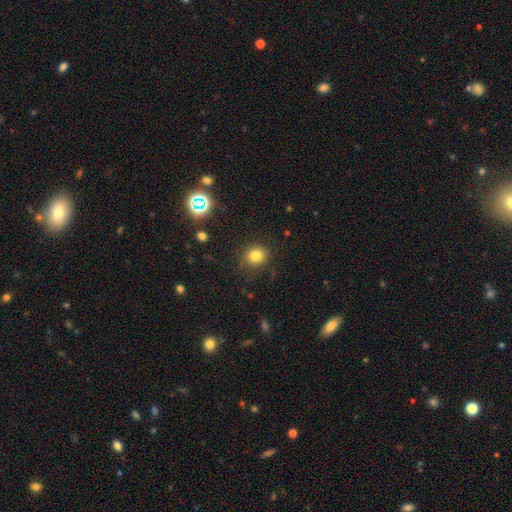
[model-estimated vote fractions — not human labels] Morphology: type=smooth (80%); roundness=round (83%); merging=none (84%).